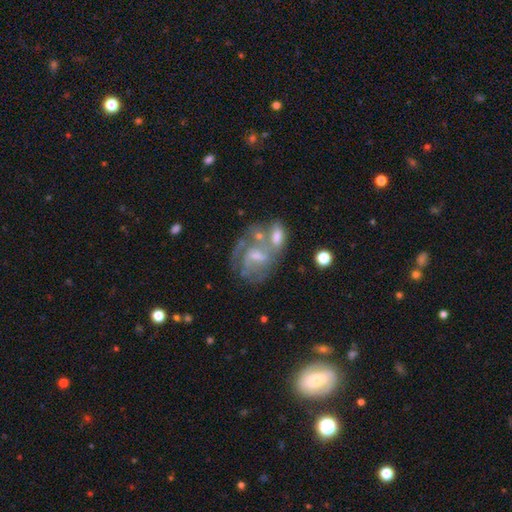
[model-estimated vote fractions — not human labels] featured or disk 69%, smooth 22%, star or artifact 9%. Down the decision tree: edge-on disk — no (97%); bar — weak (47%); spiral arms — yes (65%); bulge size — small (39%); merging — merger (34%).